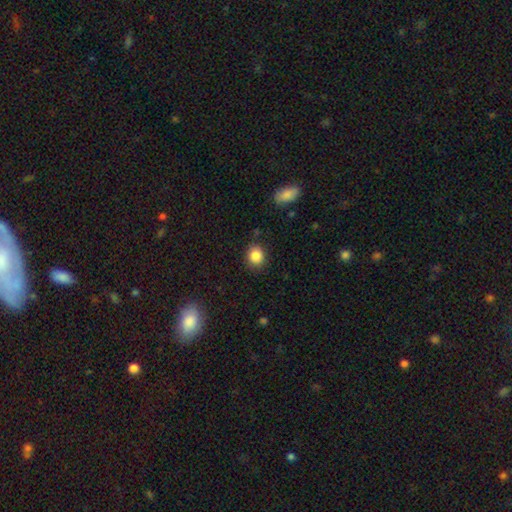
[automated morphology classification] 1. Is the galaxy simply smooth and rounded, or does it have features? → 86% smooth, 10% star or artifact, 5% featured or disk.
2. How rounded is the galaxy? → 72% round, 27% in between, 1% cigar-shaped.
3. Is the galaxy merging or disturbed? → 85% none, 11% minor disturbance, 3% major disturbance, 2% merger.